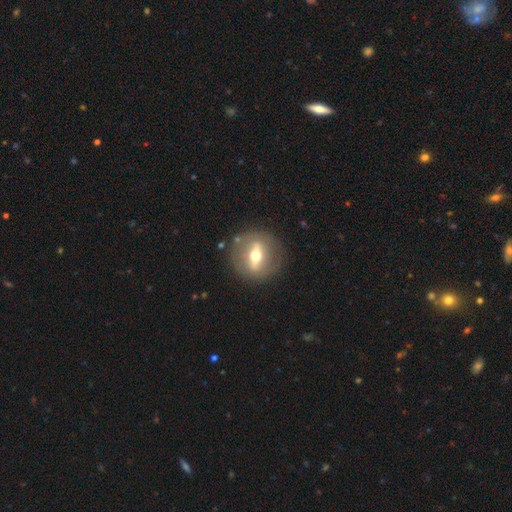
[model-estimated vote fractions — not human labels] The model was most divided on "edge-on disk": no: 65%, yes: 35%. More confident: merging — none (84%); smooth or featured — featured or disk (67%).